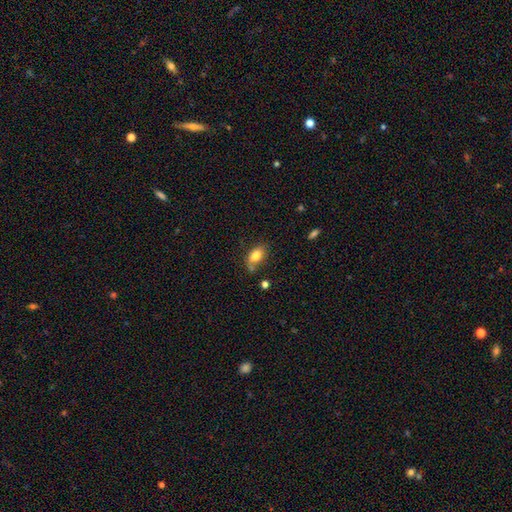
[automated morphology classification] The model was most divided on "merging": none: 60%, minor disturbance: 23%, merger: 11%, major disturbance: 7%. More confident: how rounded — in between (88%); smooth or featured — smooth (80%).